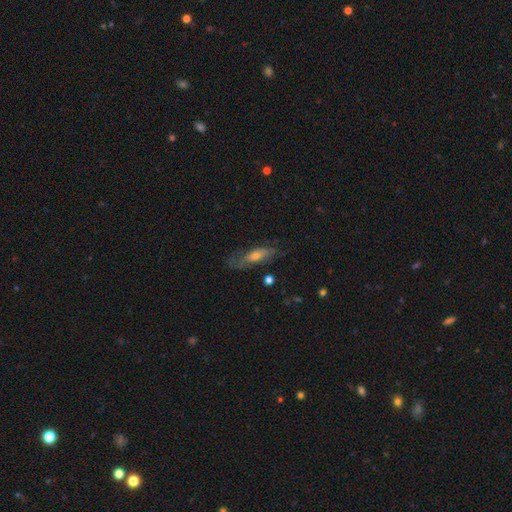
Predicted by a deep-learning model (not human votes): Smooth or featured? Predicted: featured or disk (p=0.49). Merging? Predicted: none (p=0.65).